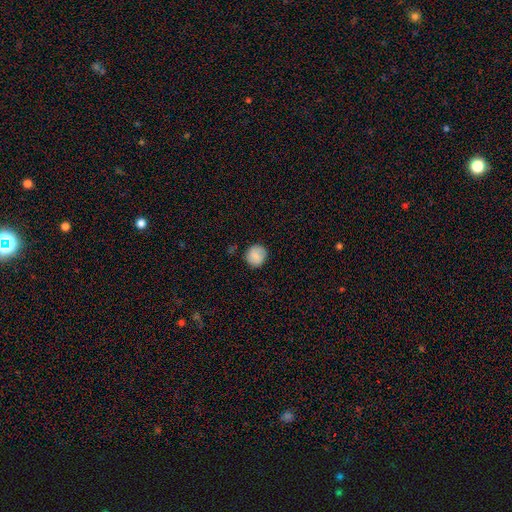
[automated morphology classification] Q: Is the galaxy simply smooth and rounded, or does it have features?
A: smooth — 78%.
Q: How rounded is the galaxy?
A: round — 89%.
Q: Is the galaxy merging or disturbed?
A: none — 84%.